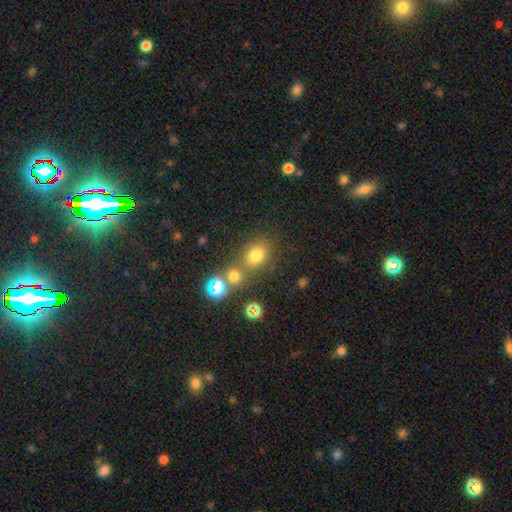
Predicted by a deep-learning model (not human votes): Smooth or featured? Predicted: smooth (p=0.70). How rounded? Predicted: round (p=0.63). Merging? Predicted: none (p=0.62).